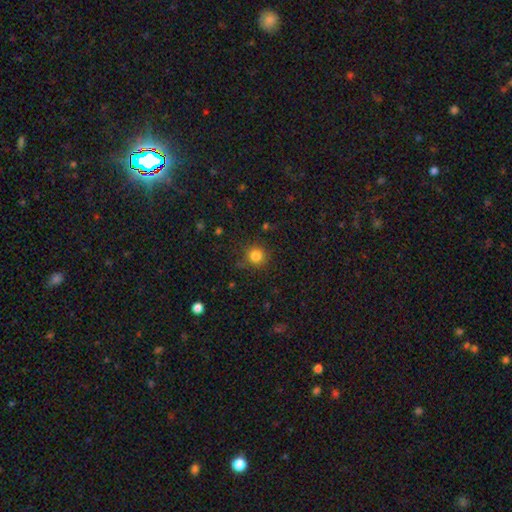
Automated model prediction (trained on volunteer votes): Smooth or featured?
  - smooth: 83% *
  - star or artifact: 13%
  - featured or disk: 5%
How rounded?
  - round: 92% *
  - in between: 7%
  - cigar-shaped: 1%
Merging?
  - none: 84% *
  - minor disturbance: 10%
  - major disturbance: 4%
  - merger: 2%